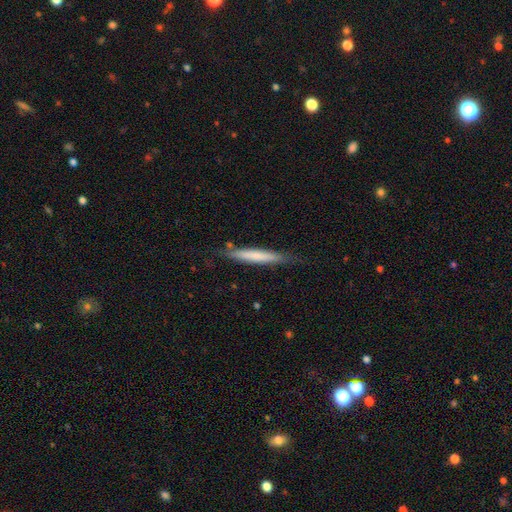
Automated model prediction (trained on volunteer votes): Morphology: type=smooth (64%); roundness=cigar-shaped (94%); merging=none (78%).